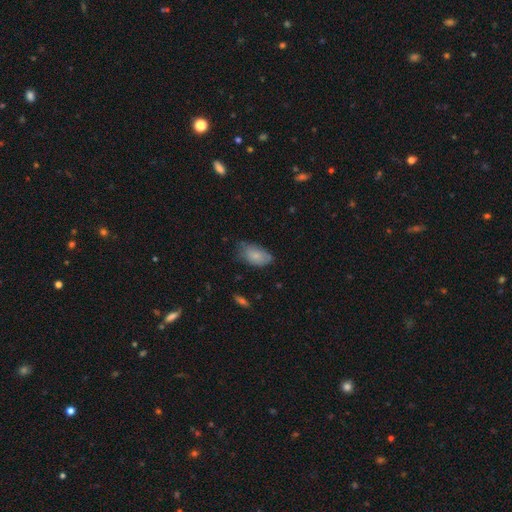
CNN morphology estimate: The model was most divided on "merging": none: 55%, minor disturbance: 36%, major disturbance: 8%, merger: 2%. More confident: how rounded — in between (92%); smooth or featured — smooth (78%).